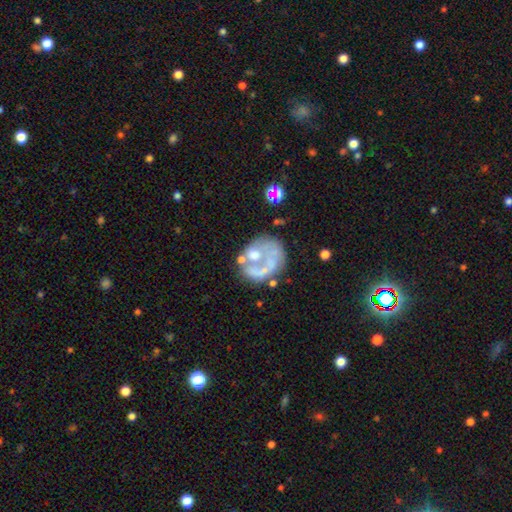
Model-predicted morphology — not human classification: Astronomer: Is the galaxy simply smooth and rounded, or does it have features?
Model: featured or disk — 61%.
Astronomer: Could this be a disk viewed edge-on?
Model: no — 98%.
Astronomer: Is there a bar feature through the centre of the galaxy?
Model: no — 89%.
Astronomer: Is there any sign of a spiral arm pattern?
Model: no — 74%.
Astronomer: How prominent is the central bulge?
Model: none — 43% (runner-up: moderate, 30%).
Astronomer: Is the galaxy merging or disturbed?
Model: none — 40% (runner-up: major disturbance, 25%).